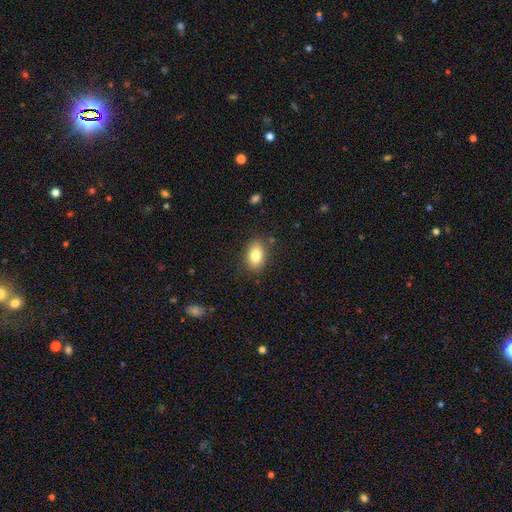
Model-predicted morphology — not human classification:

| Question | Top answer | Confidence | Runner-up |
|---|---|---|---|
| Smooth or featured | smooth | 82% | featured or disk (10%) |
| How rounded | in between | 86% | round (13%) |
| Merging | none | 84% | minor disturbance (11%) |